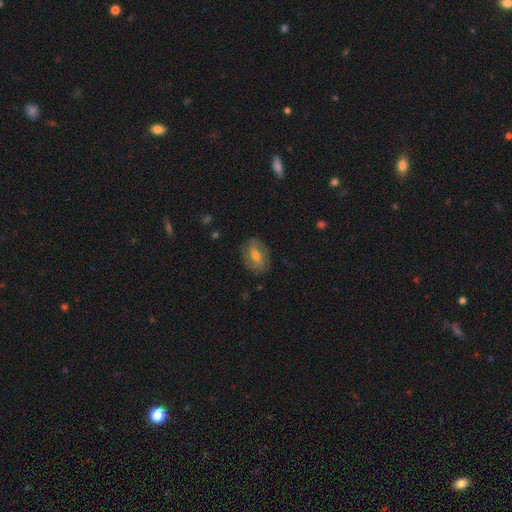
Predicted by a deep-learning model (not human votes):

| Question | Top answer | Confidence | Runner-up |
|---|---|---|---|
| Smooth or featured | featured or disk | 50% | smooth (42%) |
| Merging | none | 77% | minor disturbance (16%) |